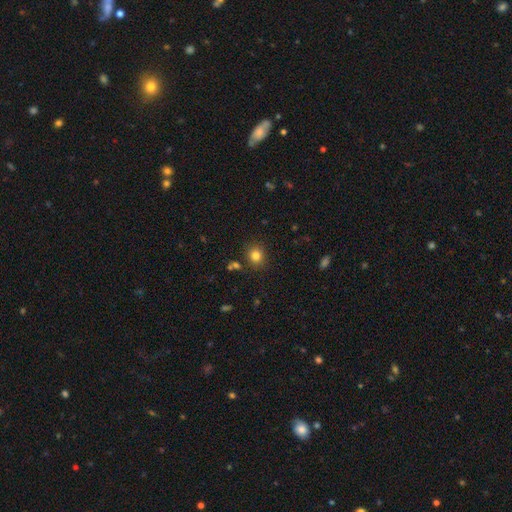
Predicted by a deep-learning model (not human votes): smooth-or-featured: smooth: 81% | star or artifact: 13% | featured or disk: 6%
  how-rounded: round: 84% | in between: 15% | cigar-shaped: 1%
  merging: none: 85% | minor disturbance: 8% | merger: 4% | major disturbance: 3%